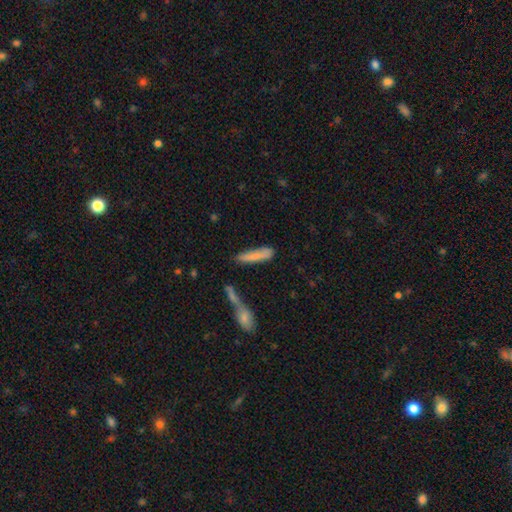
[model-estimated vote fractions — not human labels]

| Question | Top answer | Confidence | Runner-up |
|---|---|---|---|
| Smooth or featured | smooth | 77% | featured or disk (16%) |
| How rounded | cigar-shaped | 84% | in between (15%) |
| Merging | none | 57% | merger (19%) |